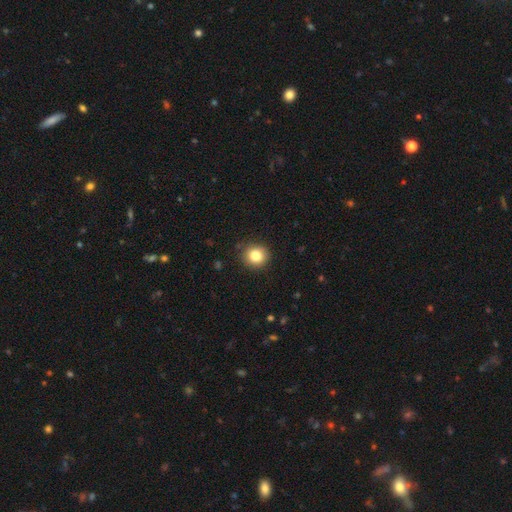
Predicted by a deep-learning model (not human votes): smooth_or_featured: smooth (p=0.83) [alt: star or artifact p=0.10]
how_rounded: round (p=0.87) [alt: in between p=0.12]
merging: none (p=0.88) [alt: minor disturbance p=0.08]